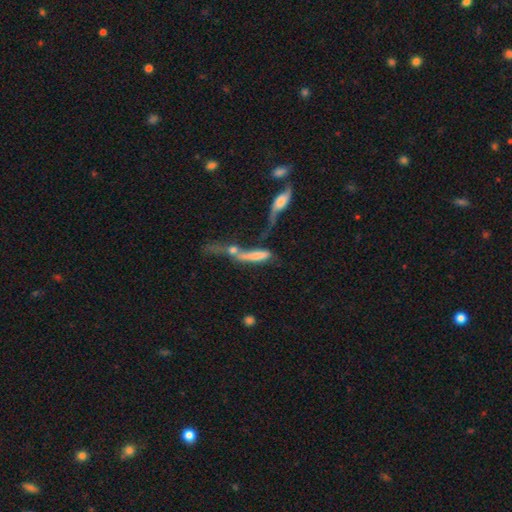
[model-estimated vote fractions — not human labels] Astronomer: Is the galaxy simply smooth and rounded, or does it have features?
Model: smooth — 52% (runner-up: featured or disk, 37%).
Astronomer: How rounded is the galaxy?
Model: cigar-shaped — 65%.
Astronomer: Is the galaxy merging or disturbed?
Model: merger — 65%.